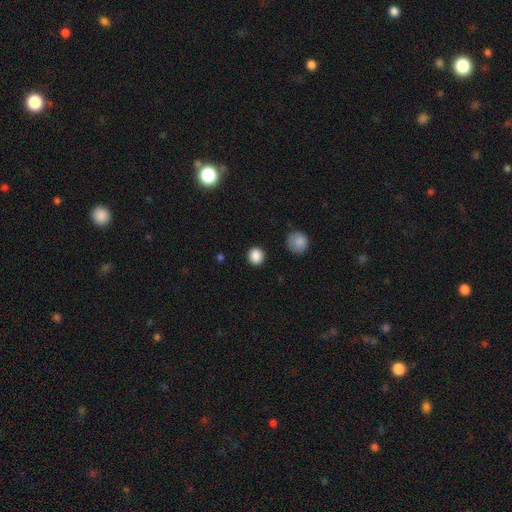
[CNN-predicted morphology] This appears to be a smooth galaxy with no disk features (87%) that is round (85%). Merging: none (90%).